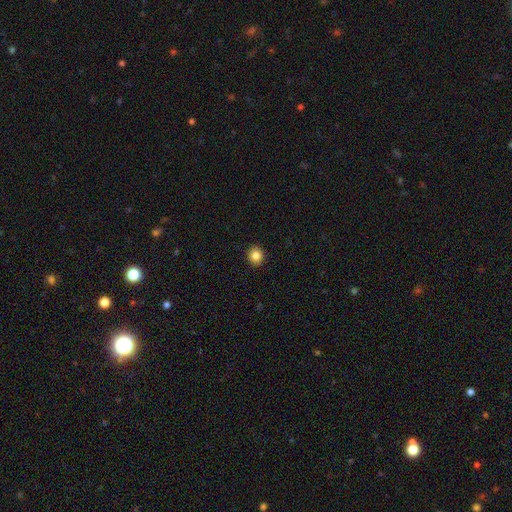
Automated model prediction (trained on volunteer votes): Smooth or featured: smooth — 84% (star or artifact — 10%)
How rounded: round — 80% (in between — 19%)
Merging: none — 92% (minor disturbance — 6%)